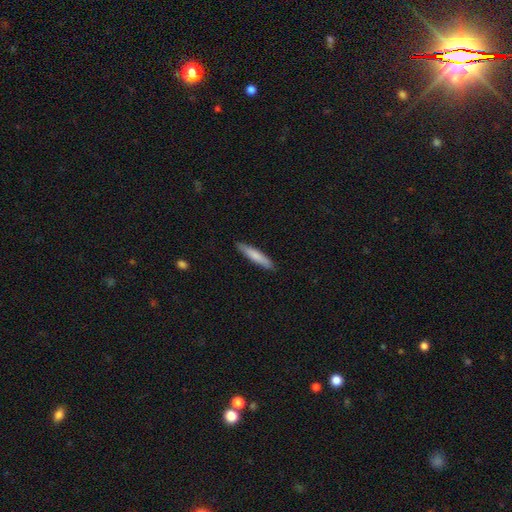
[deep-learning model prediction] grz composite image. It shows a smooth galaxy with no disk features (77%) that is cigar-shaped (90%). Merging: none (88%).